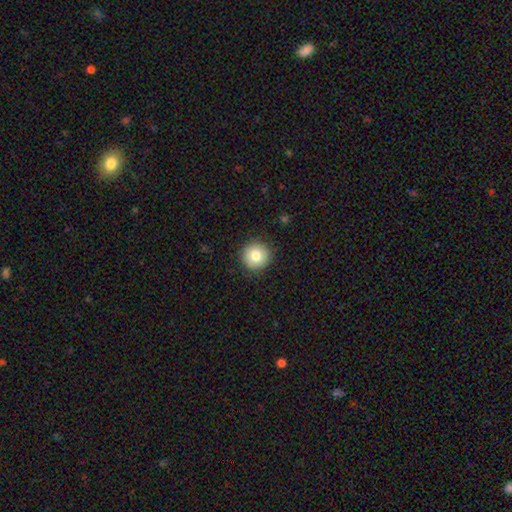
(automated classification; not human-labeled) The model was most divided on "smooth or featured": smooth: 81%, featured or disk: 10%, star or artifact: 9%. More confident: how rounded — round (95%); merging — none (90%).